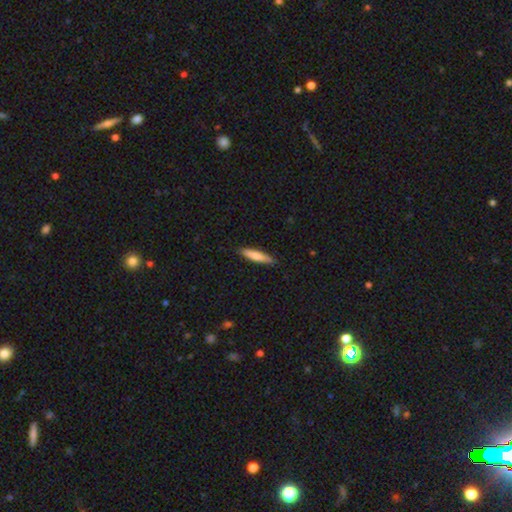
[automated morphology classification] Smooth or featured?
  - smooth: 75% *
  - featured or disk: 19%
  - star or artifact: 5%
How rounded?
  - cigar-shaped: 83% *
  - in between: 16%
  - round: 1%
Merging?
  - none: 85% *
  - minor disturbance: 12%
  - major disturbance: 2%
  - merger: 1%